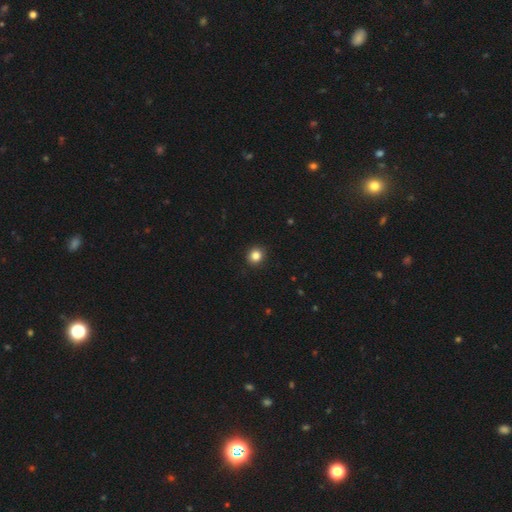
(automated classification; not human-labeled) smooth_or_featured: smooth (p=0.85) [alt: star or artifact p=0.11]
how_rounded: round (p=0.87) [alt: in between p=0.12]
merging: none (p=0.92) [alt: minor disturbance p=0.05]